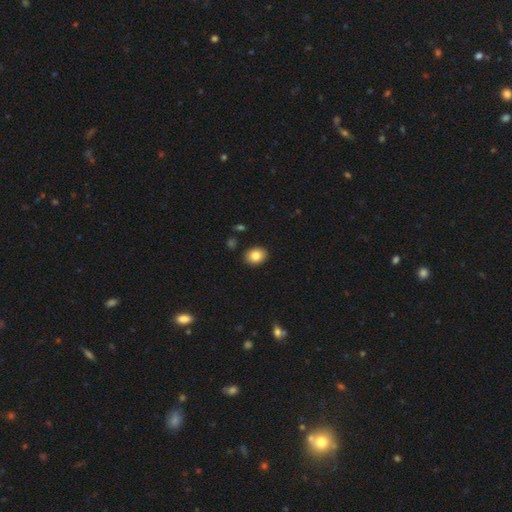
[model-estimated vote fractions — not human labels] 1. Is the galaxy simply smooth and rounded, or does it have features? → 83% smooth, 8% star or artifact, 8% featured or disk.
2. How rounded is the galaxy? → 58% in between, 41% round, 1% cigar-shaped.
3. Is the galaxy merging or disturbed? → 90% none, 7% minor disturbance, 2% major disturbance, 1% merger.